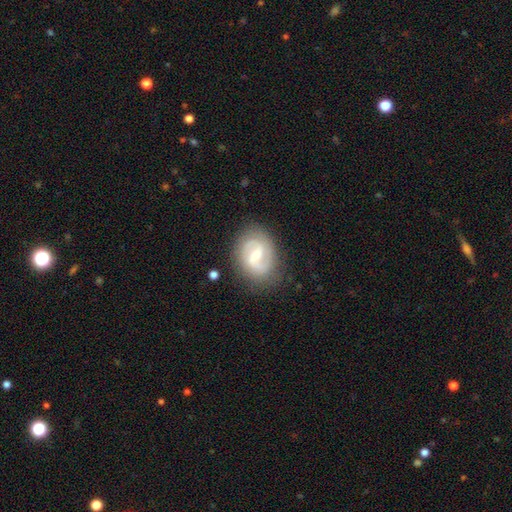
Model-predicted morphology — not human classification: This is clearly a featured or disk galaxy (81%). It is clearly not viewed edge-on (98%). Bar: possibly weak (59%). Spiral arm pattern: clearly yes (94%). Spiral arm count: clearly 2 (87%). Spiral winding: possibly medium (51%). Central bulge: possibly small (49%). Merging: likely none (80%).